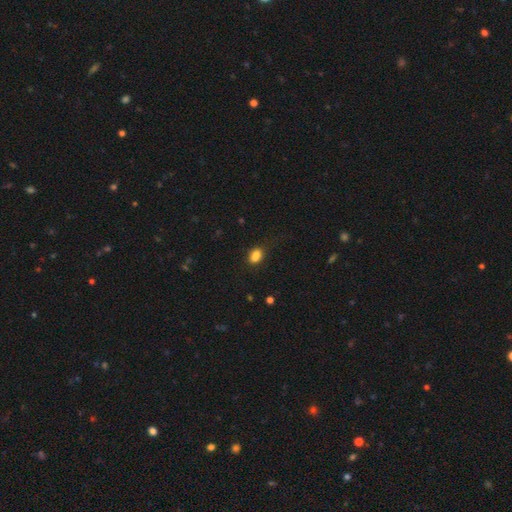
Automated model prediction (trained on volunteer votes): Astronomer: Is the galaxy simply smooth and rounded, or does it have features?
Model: smooth — 81%.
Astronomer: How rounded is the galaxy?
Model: in between — 74%.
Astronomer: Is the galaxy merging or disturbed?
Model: none — 60%.